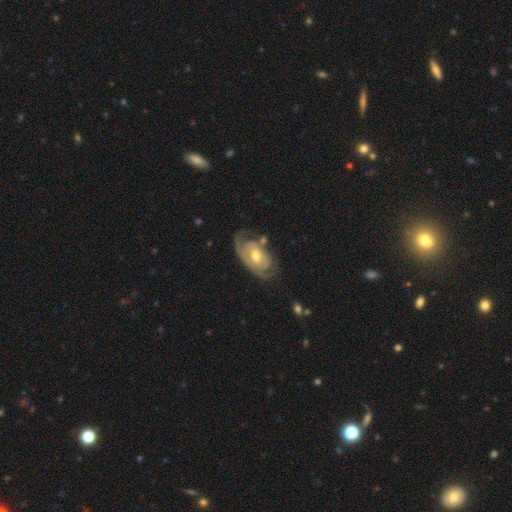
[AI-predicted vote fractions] Smooth or featured? Predicted: featured or disk (p=0.80). Edge-on disk? Predicted: no (p=0.95). Bar? Predicted: no (p=0.62). Spiral arms? Predicted: yes (p=0.86). Spiral winding? Predicted: tight (p=0.61). Spiral arm count? Predicted: 2 (p=0.47). Bulge size? Predicted: moderate (p=0.70). Merging? Predicted: none (p=0.56).